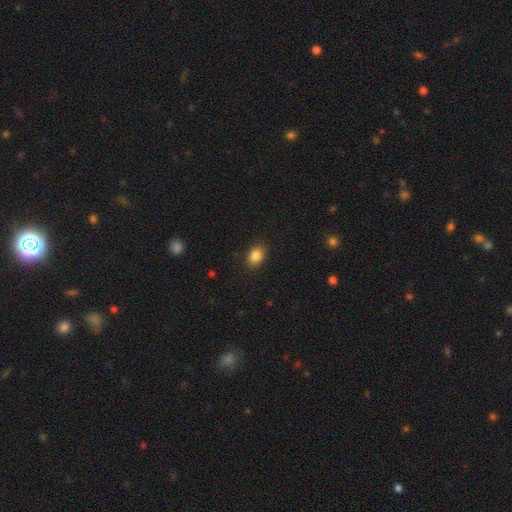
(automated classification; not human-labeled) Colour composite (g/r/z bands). It shows a smooth galaxy with no disk features (86%) that is in between round and cigar-shaped (76%). Merging: none (87%).